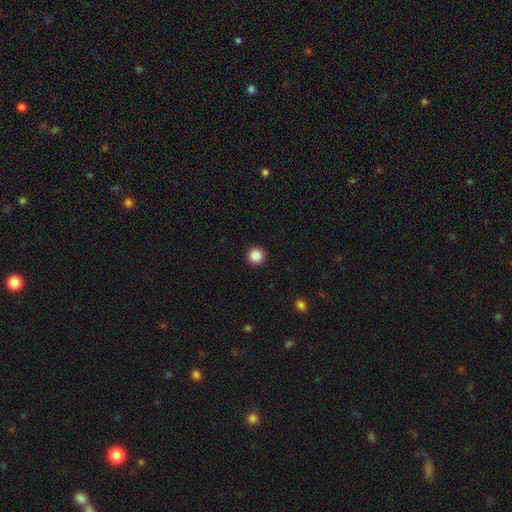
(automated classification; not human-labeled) A smooth galaxy with no disk features (87%) that is round (97%). Merging: none (94%).